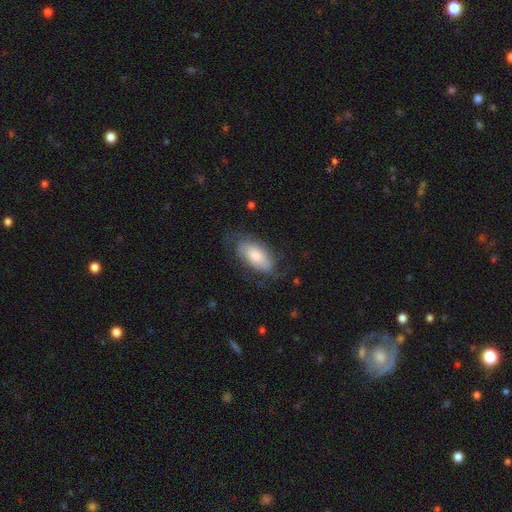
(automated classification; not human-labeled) Q: Smooth or featured?
A: smooth (65%); runner-up: featured or disk (29%)
Q: How rounded?
A: in between (91%); runner-up: cigar-shaped (6%)
Q: Merging?
A: none (63%); runner-up: minor disturbance (23%)